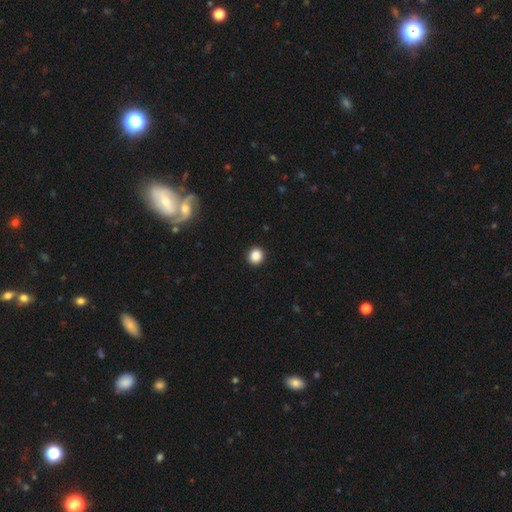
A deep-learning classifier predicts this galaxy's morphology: Smooth or featured? smooth (88%)
How rounded? round (88%)
Merging? none (92%)